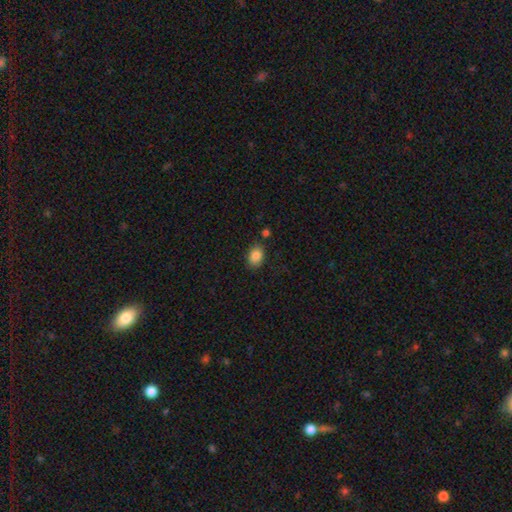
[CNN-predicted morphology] The model was most divided on "how rounded": in between: 73%, round: 26%, cigar-shaped: 1%. More confident: smooth or featured — smooth (86%); merging — none (81%).